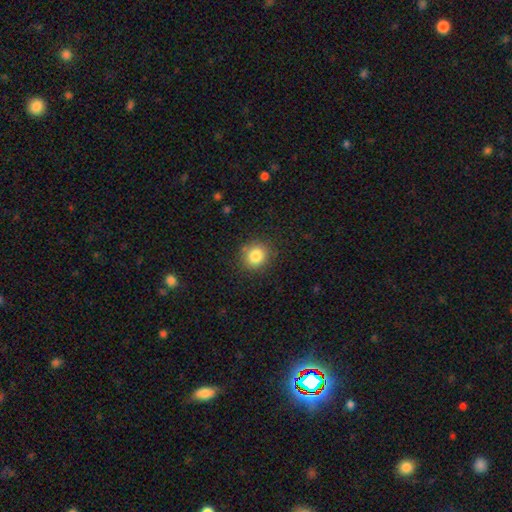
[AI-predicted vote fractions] smooth_or_featured: smooth (p=0.83) [alt: star or artifact p=0.11]
how_rounded: round (p=0.82) [alt: in between p=0.18]
merging: none (p=0.85) [alt: minor disturbance p=0.10]